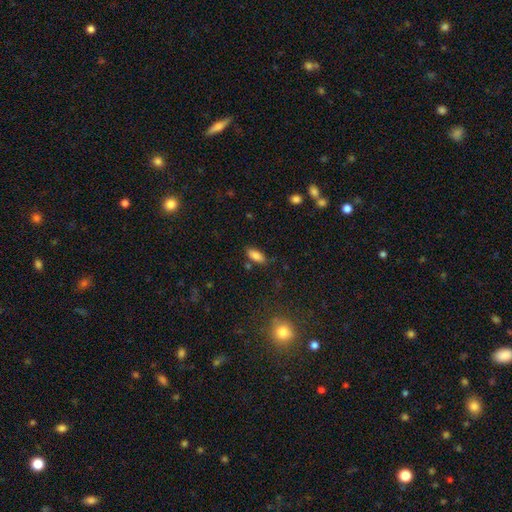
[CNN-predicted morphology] This appears to be a smooth galaxy with no disk features (83%) that is in between round and cigar-shaped (84%). Merging: none (80%).